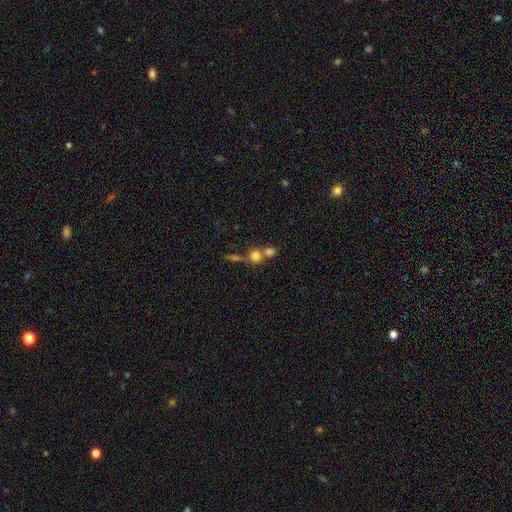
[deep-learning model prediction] A smooth galaxy with no disk features (75%) that is round (83%).

Vote fractions:
- Smooth or featured? smooth: 75% / star or artifact: 13% / featured or disk: 12%
- How rounded? round: 83% / in between: 15% / cigar-shaped: 2%
- Merging? merger: 54% / none: 36% / minor disturbance: 6% / major disturbance: 4%